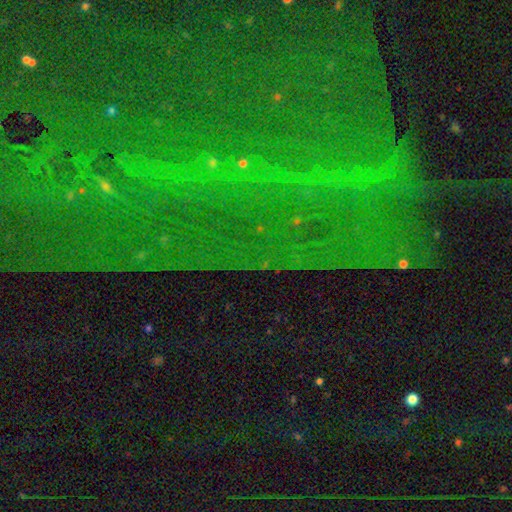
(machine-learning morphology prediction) The model was most divided on "smooth or featured": star or artifact: 83%, featured or disk: 8%, smooth: 8%.